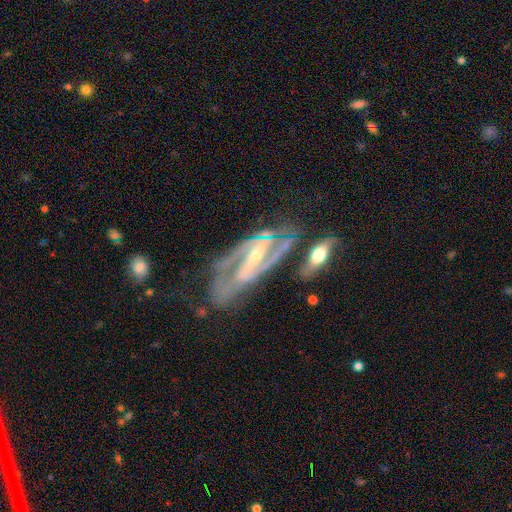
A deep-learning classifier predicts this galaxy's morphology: Smooth or featured? featured or disk (90%)
Edge-on disk? no (91%)
Bar? strong (56%)
Spiral arms? yes (96%)
Spiral winding? medium (53%)
Spiral arm count? 2 (85%)
Bulge size? small (61%)
Merging? none (48%)